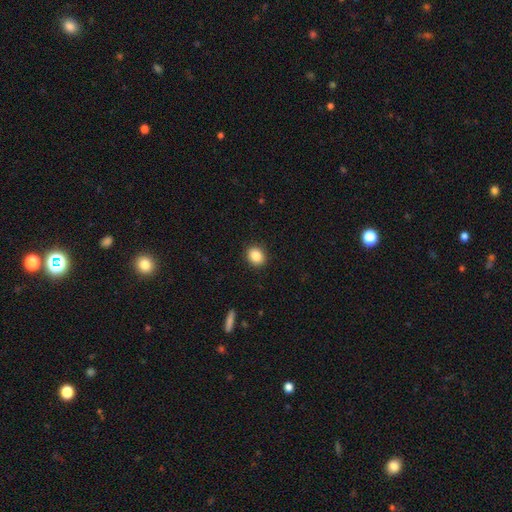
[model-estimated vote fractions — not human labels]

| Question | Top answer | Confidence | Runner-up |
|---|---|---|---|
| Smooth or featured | smooth | 88% | star or artifact (9%) |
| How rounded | round | 58% | in between (41%) |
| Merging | none | 90% | minor disturbance (7%) |